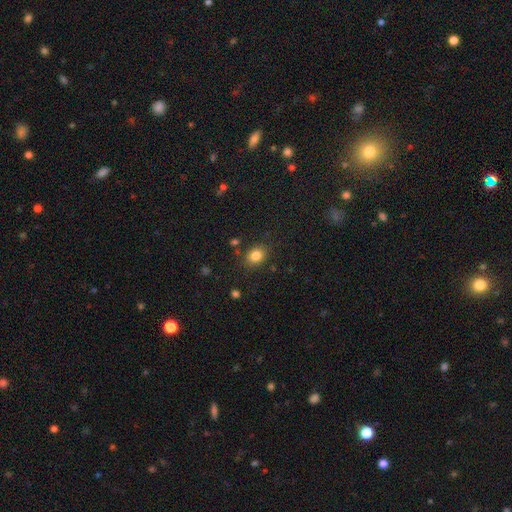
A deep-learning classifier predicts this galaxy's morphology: Smooth or featured?
  - smooth: 83% *
  - star or artifact: 11%
  - featured or disk: 6%
How rounded?
  - in between: 53% *
  - round: 46%
  - cigar-shaped: 1%
Merging?
  - none: 83% *
  - minor disturbance: 11%
  - major disturbance: 3%
  - merger: 3%